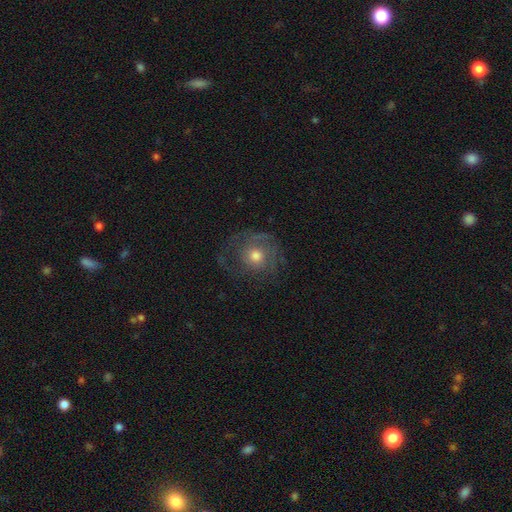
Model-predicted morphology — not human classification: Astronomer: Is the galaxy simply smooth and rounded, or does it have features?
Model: featured or disk — 47% (runner-up: smooth, 42%).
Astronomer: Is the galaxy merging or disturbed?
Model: none — 61%.